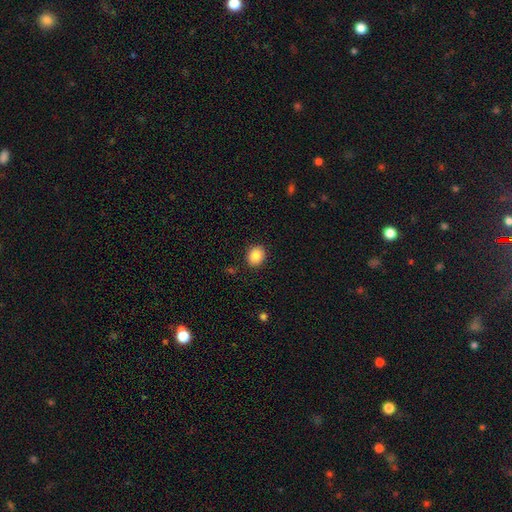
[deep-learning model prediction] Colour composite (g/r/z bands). It shows a smooth galaxy with no disk features (87%) that is round (64%). Merging: none (89%).